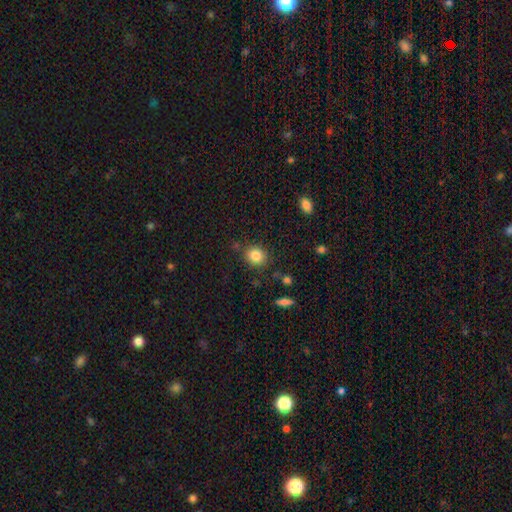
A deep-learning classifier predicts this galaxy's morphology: The model was most divided on "how rounded": round: 76%, in between: 23%, cigar-shaped: 1%. More confident: merging — none (83%); smooth or featured — smooth (83%).